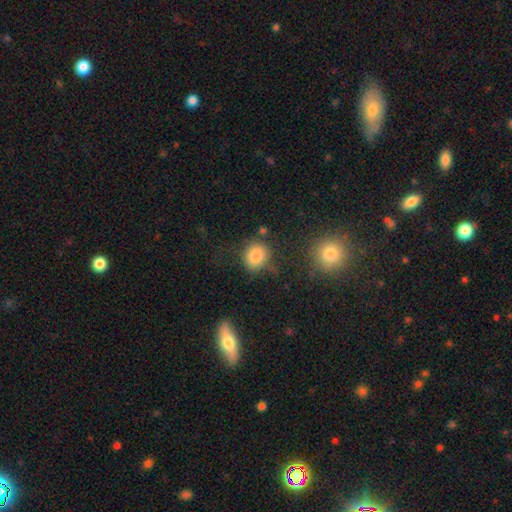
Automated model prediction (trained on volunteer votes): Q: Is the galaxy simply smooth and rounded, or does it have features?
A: smooth — 81%.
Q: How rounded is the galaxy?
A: round — 71%.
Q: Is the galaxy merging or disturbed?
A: none — 69%.